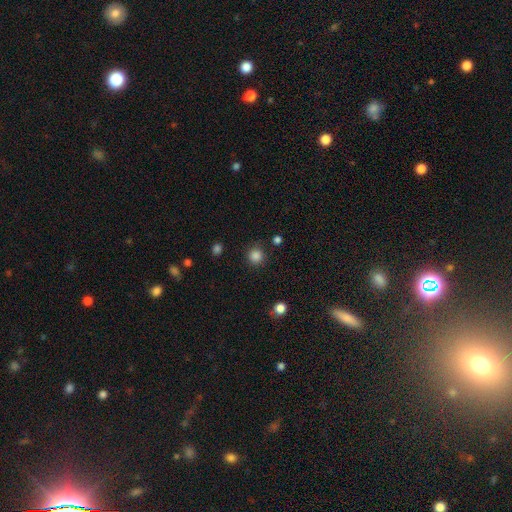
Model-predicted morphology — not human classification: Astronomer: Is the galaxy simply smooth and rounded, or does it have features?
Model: smooth — 85%.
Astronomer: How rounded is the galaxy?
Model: round — 94%.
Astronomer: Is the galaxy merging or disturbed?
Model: none — 87%.